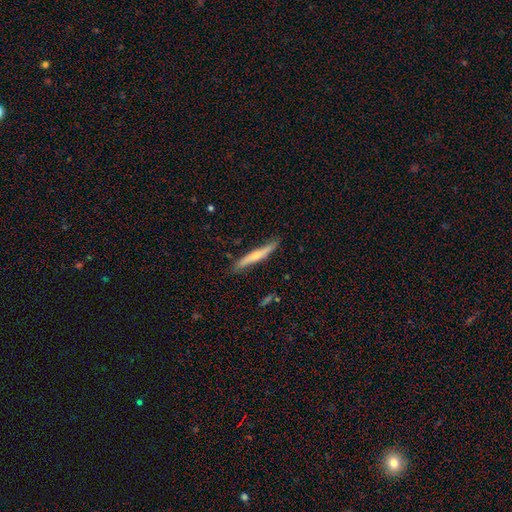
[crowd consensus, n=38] Smooth or featured?
  - featured or disk: 66% *
  - smooth: 34%
  - star or artifact: 0%
Edge-on disk?
  - yes: 96% *
  - no: 4%
Edge-on bulge?
  - rounded: 83% *
  - none: 17%
  - boxy: 0%
Merging?
  - none: 79% *
  - minor disturbance: 16%
  - major disturbance: 5%
  - merger: 0%